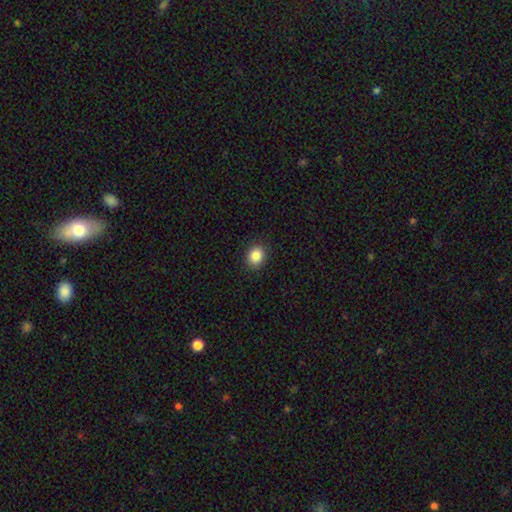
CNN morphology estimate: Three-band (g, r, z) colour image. It shows a smooth galaxy with no disk features (86%) that is round (55%). Merging: none (90%).